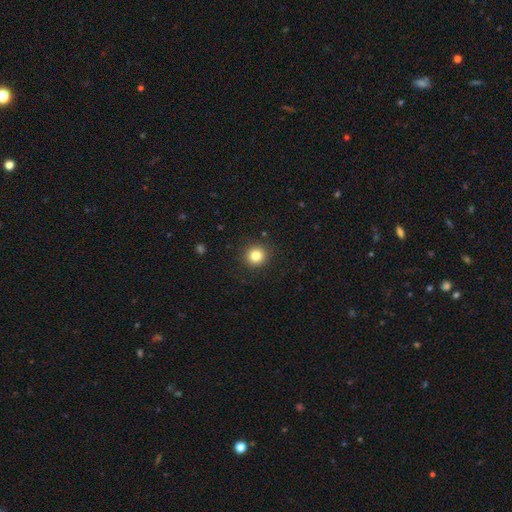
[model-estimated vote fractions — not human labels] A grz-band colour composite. It shows a smooth galaxy with no disk features (82%) that is round (91%). Merging: none (90%).